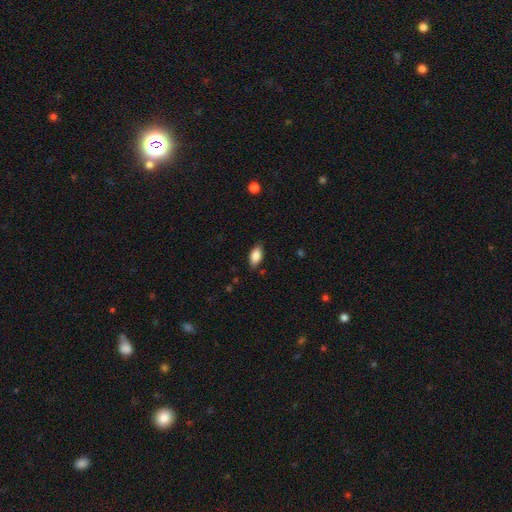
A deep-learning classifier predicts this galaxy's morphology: The model was most divided on "merging": none: 83%, minor disturbance: 13%, major disturbance: 3%, merger: 1%. More confident: how rounded — in between (91%); smooth or featured — smooth (85%).